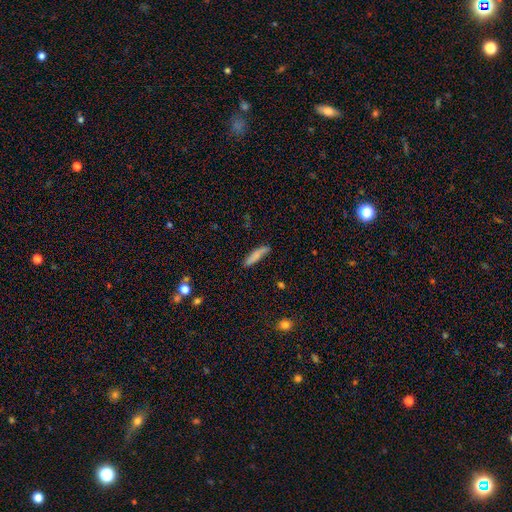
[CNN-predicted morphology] smooth-or-featured: smooth: 79% | featured or disk: 14% | star or artifact: 7%
  how-rounded: cigar-shaped: 81% | in between: 18% | round: 2%
  merging: none: 78% | minor disturbance: 17% | major disturbance: 3% | merger: 2%